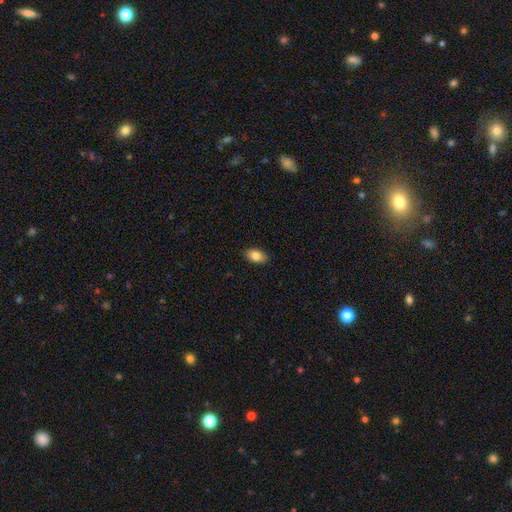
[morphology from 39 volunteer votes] type=smooth (90%); roundness=in between (89%); merging=none (92%).